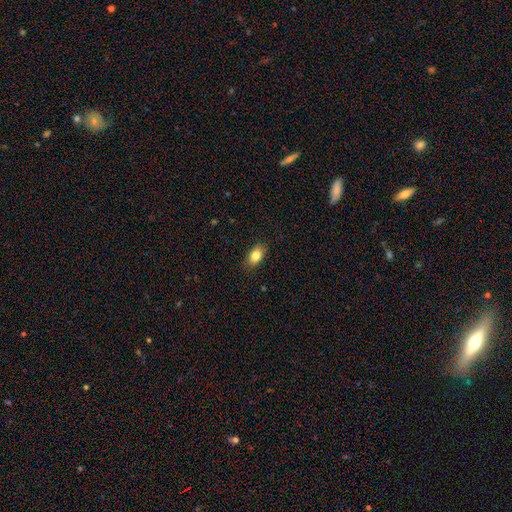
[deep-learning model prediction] Smooth or featured?
  - smooth: 83% *
  - featured or disk: 9%
  - star or artifact: 8%
How rounded?
  - in between: 86% *
  - round: 11%
  - cigar-shaped: 2%
Merging?
  - none: 87% *
  - minor disturbance: 10%
  - major disturbance: 2%
  - merger: 1%